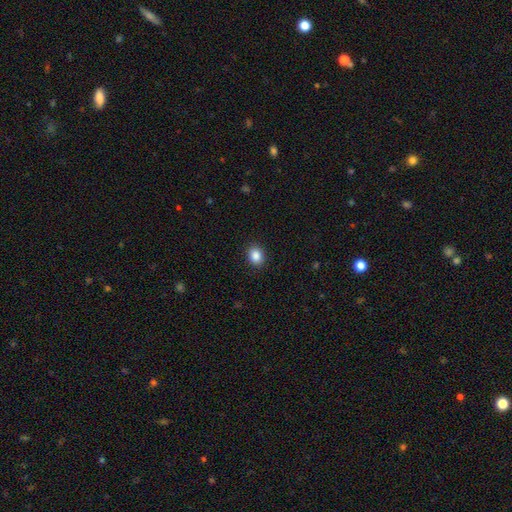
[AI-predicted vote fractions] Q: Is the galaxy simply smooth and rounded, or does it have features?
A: smooth — 87%.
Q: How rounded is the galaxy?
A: round — 50%, tied with in between.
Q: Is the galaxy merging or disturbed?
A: none — 91%.